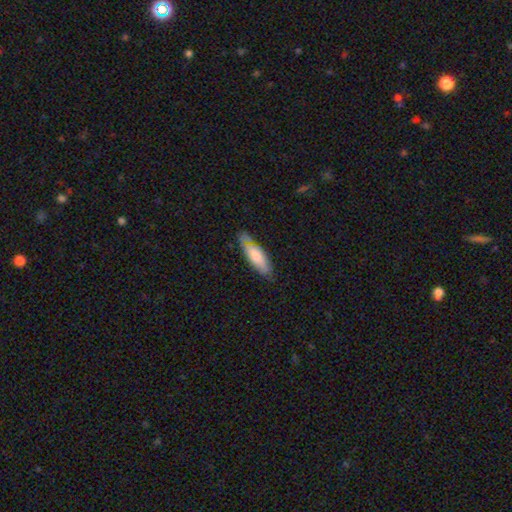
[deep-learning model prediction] smooth_or_featured: smooth (p=0.69) [alt: featured or disk p=0.25]
how_rounded: in between (p=0.53) [alt: cigar-shaped p=0.45]
merging: none (p=0.72) [alt: minor disturbance p=0.21]